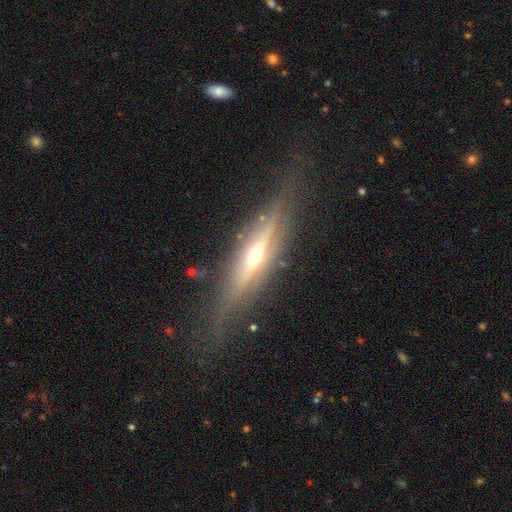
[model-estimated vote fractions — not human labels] Smooth or featured?
  - featured or disk: 77% *
  - smooth: 16%
  - star or artifact: 7%
Edge-on disk?
  - yes: 92% *
  - no: 8%
Edge-on bulge?
  - rounded: 88% *
  - none: 8%
  - boxy: 5%
Merging?
  - none: 77% *
  - minor disturbance: 15%
  - major disturbance: 6%
  - merger: 2%